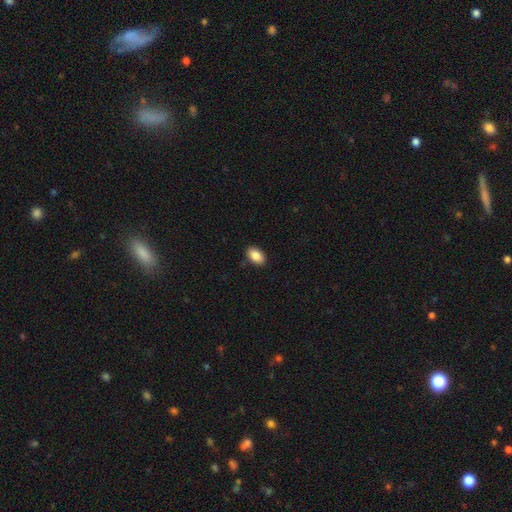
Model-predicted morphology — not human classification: Smooth or featured?
  - smooth: 87% *
  - star or artifact: 7%
  - featured or disk: 5%
How rounded?
  - in between: 91% *
  - round: 7%
  - cigar-shaped: 1%
Merging?
  - none: 89% *
  - minor disturbance: 8%
  - major disturbance: 2%
  - merger: 1%